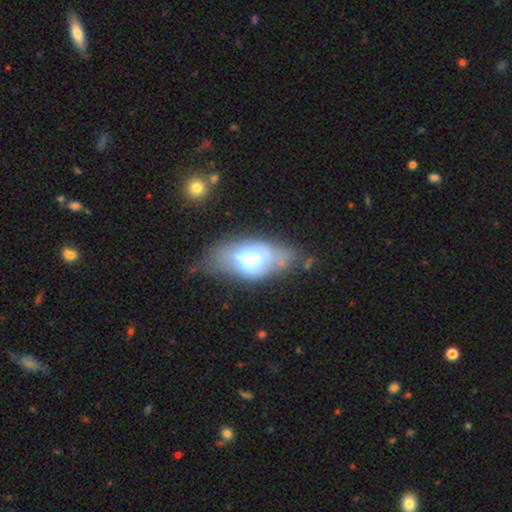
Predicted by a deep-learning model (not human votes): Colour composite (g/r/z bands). It shows a smooth galaxy with no disk features (52%) that is in between round and cigar-shaped (86%). Merging: none (45%).